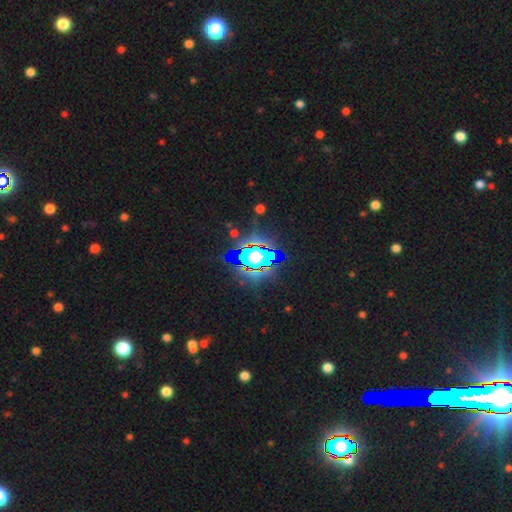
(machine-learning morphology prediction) Smooth or featured: star or artifact — 56% (smooth — 22%)